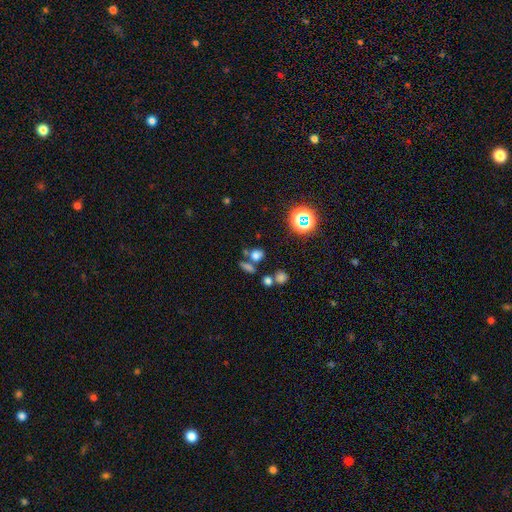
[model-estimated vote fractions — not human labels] A smooth galaxy with no disk features (67%) that is round (49%). Merging: none (57%).